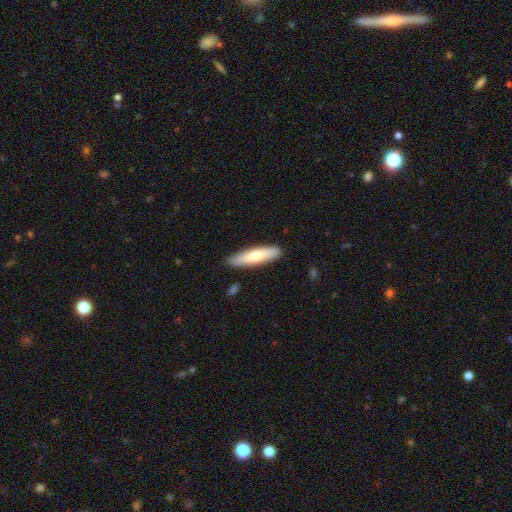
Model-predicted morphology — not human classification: The model was most divided on "smooth or featured": smooth: 69%, featured or disk: 25%, star or artifact: 5%. More confident: merging — none (87%); how rounded — cigar-shaped (74%).